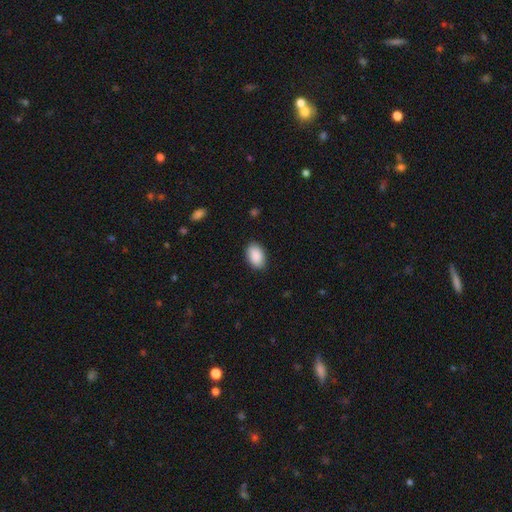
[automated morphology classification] The model was most divided on "merging": none: 88%, minor disturbance: 9%, major disturbance: 2%, merger: 1%. More confident: how rounded — in between (92%); smooth or featured — smooth (90%).